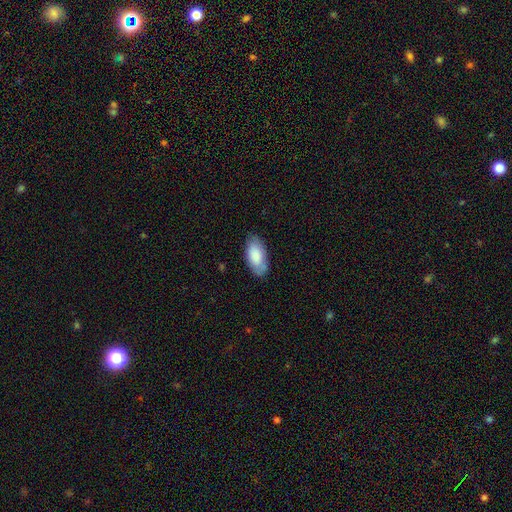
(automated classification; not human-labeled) Morphology: type=smooth (81%); roundness=in between (94%); merging=none (78%).